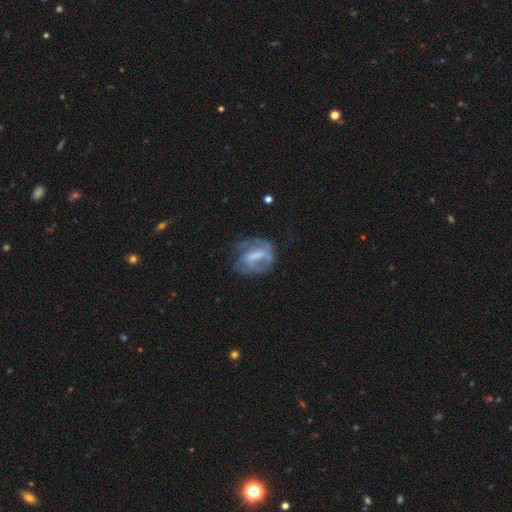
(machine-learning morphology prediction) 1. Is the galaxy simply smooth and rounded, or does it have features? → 65% featured or disk, 26% smooth, 8% star or artifact.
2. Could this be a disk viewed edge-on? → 96% no, 4% yes.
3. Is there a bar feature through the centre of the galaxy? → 41% weak, 37% strong, 23% no.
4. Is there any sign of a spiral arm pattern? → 60% yes, 40% no.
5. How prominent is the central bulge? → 34% none, 31% moderate, 23% small, 11% large, 2% dominant.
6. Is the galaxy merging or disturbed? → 49% none, 24% major disturbance, 24% minor disturbance, 4% merger.